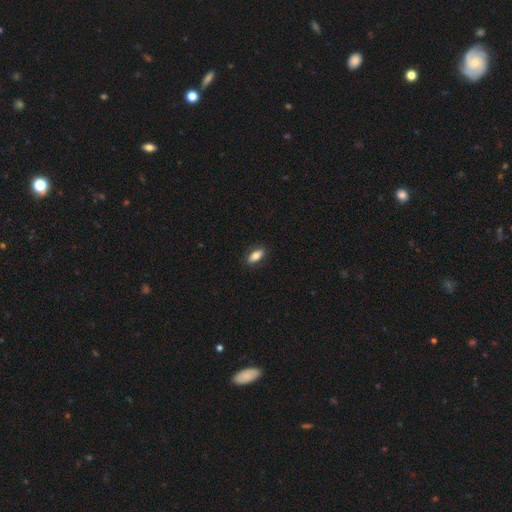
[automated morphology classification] Smooth or featured: smooth — 79% (featured or disk — 14%)
How rounded: in between — 83% (cigar-shaped — 14%)
Merging: none — 86% (minor disturbance — 10%)